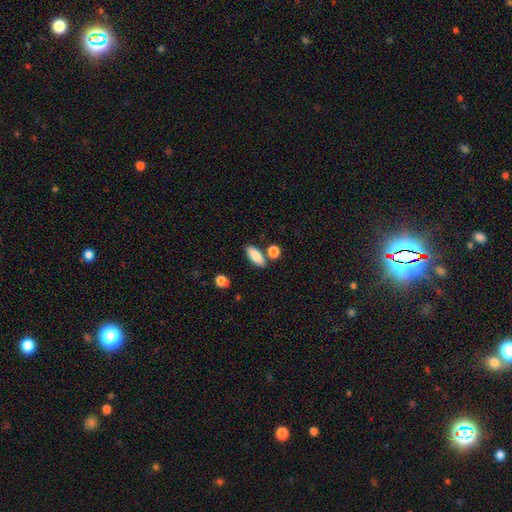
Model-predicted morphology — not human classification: A smooth galaxy with no disk features (85%) that is in between round and cigar-shaped (77%).

Vote fractions:
- Smooth or featured? smooth: 85% / featured or disk: 8% / star or artifact: 7%
- How rounded? in between: 77% / cigar-shaped: 19% / round: 4%
- Merging? none: 76% / merger: 10% / minor disturbance: 10% / major disturbance: 3%